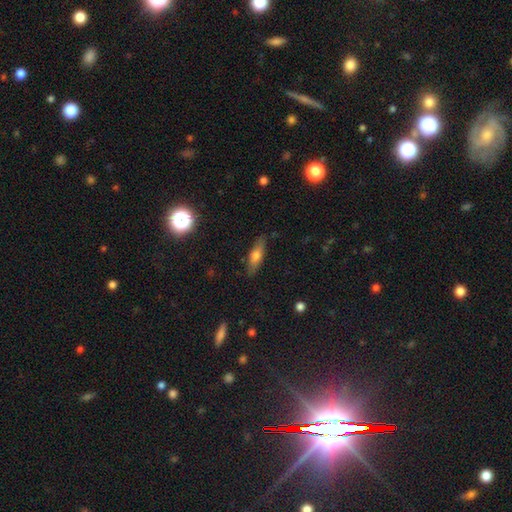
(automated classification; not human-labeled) Smooth or featured? Predicted: smooth (p=0.62). How rounded? Predicted: cigar-shaped (p=0.52). Merging? Predicted: none (p=0.84).